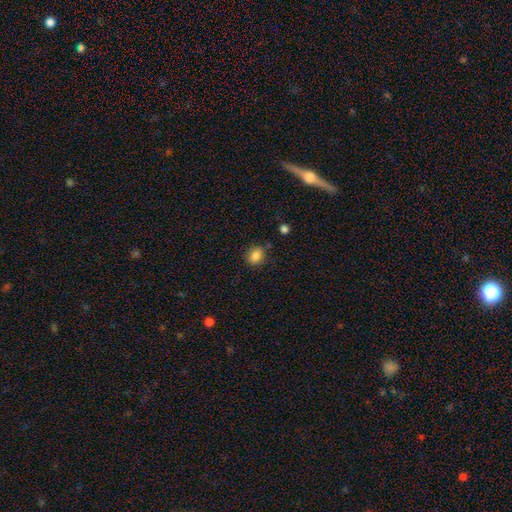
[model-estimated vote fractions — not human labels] Morphology: type=smooth (84%); roundness=round (63%); merging=none (79%).